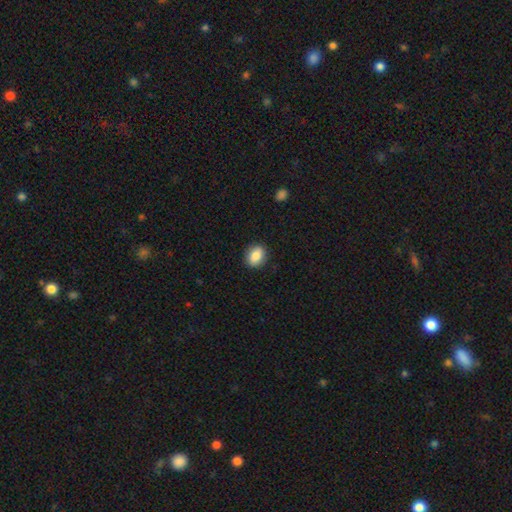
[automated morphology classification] A smooth galaxy with no disk features (84%) that is in between round and cigar-shaped (57%). Merging: none (89%).